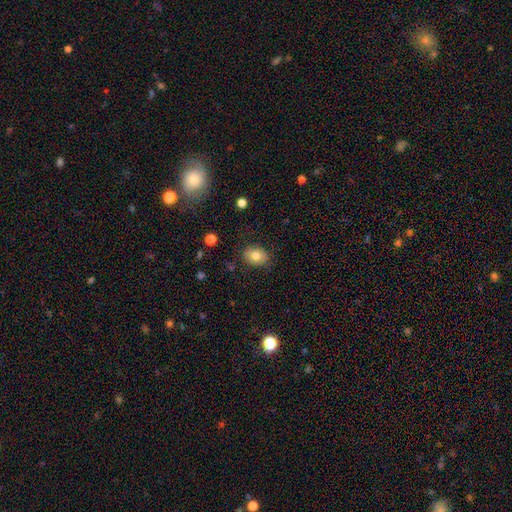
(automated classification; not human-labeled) Q: Smooth or featured?
A: smooth (79%); runner-up: featured or disk (12%)
Q: How rounded?
A: in between (64%); runner-up: round (35%)
Q: Merging?
A: none (84%); runner-up: minor disturbance (12%)